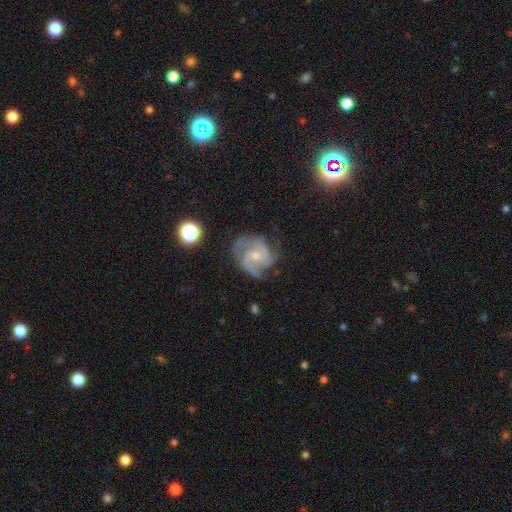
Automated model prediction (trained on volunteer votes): This appears to be a featured or disk galaxy (87%) with no bar (60%), 3 (55%) medium (51%) spiral arms (97%) and a small central bulge (53%). Merging: none (65%).